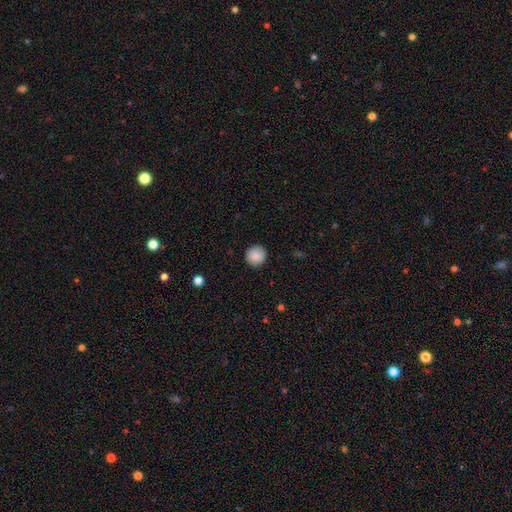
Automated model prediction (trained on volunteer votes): This is clearly a smooth galaxy (88%). How rounded: clearly round (94%). Merging: clearly none (92%).